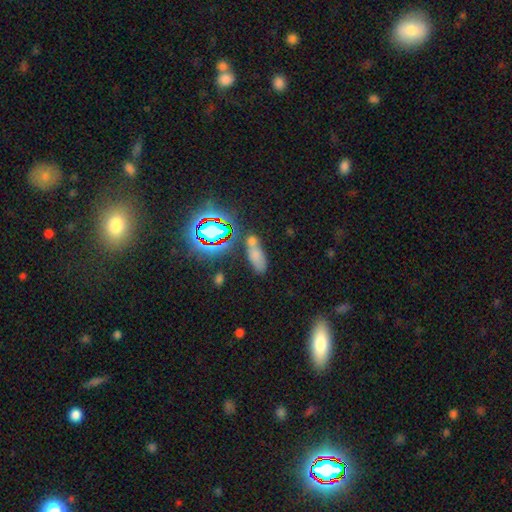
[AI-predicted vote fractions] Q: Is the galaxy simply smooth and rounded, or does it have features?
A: smooth — 63%.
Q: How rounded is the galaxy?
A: in between — 68%.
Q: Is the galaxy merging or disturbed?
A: none — 48%.